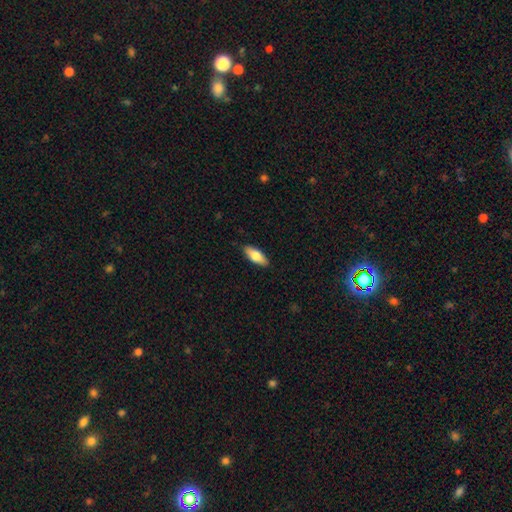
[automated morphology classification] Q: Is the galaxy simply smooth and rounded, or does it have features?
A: smooth — 72%.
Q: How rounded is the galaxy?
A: in between — 74%.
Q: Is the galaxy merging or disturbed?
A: none — 88%.